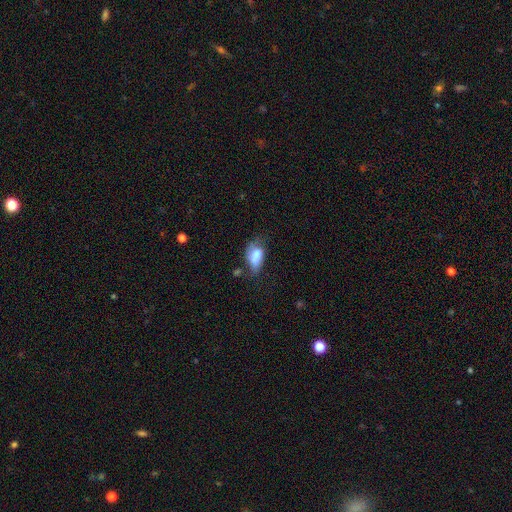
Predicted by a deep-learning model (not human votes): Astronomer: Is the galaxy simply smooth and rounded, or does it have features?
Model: smooth — 65%.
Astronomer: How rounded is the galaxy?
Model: in between — 86%.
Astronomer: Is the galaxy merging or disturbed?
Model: minor disturbance — 27%, tied with none at 27%.